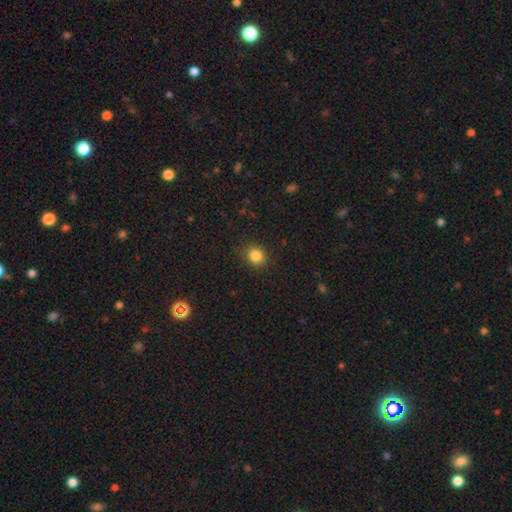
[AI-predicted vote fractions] Smooth or featured?
  - smooth: 84% *
  - star or artifact: 12%
  - featured or disk: 4%
How rounded?
  - round: 79% *
  - in between: 20%
  - cigar-shaped: 1%
Merging?
  - none: 88% *
  - minor disturbance: 8%
  - major disturbance: 3%
  - merger: 1%